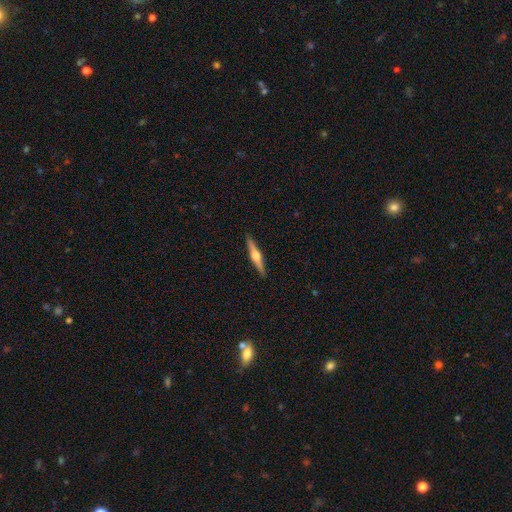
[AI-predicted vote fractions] Morphology: type=featured or disk (74%); edge-on=yes (98%); edge-on bulge=rounded (93%); merging=none (92%).